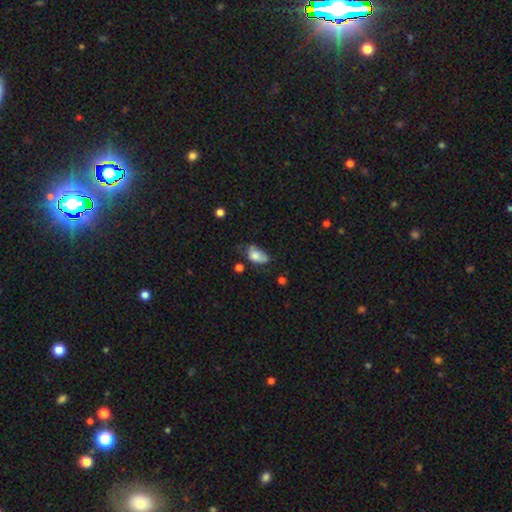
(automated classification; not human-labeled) Smooth or featured? smooth (72%)
How rounded? in between (87%)
Merging? minor disturbance (39%)